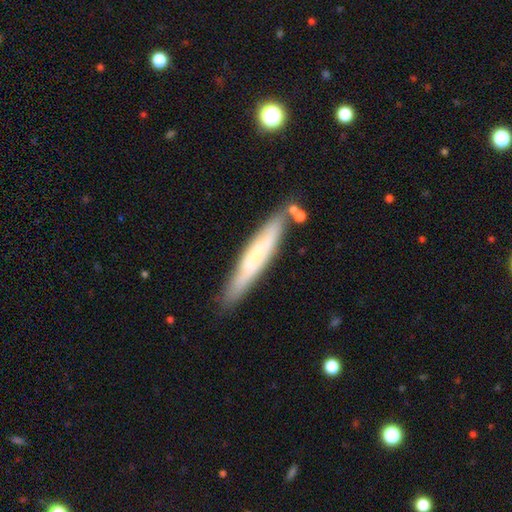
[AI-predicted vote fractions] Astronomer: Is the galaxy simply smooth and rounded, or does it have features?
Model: smooth — 52% (runner-up: featured or disk, 41%).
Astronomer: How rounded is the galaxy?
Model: cigar-shaped — 91%.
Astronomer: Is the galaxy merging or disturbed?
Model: none — 80%.